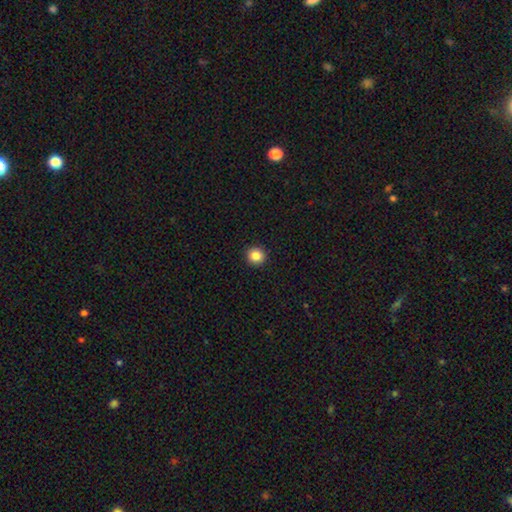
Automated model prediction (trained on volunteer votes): Q: Smooth or featured?
A: smooth (85%); runner-up: star or artifact (10%)
Q: How rounded?
A: round (94%); runner-up: in between (5%)
Q: Merging?
A: none (93%); runner-up: minor disturbance (4%)